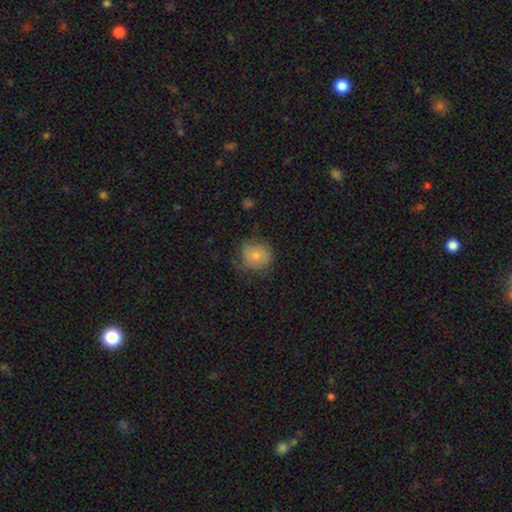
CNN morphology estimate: type=smooth (75%); roundness=round (83%); merging=none (67%).